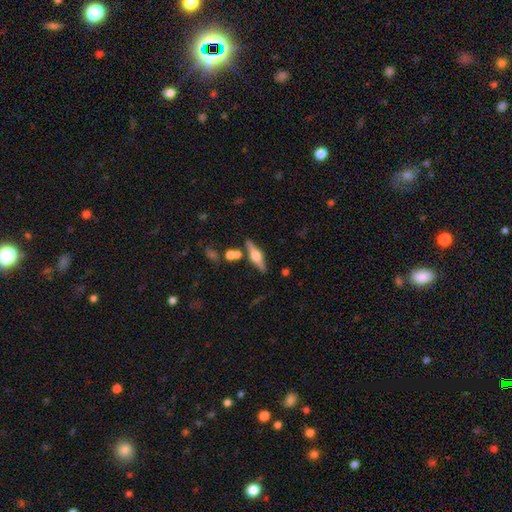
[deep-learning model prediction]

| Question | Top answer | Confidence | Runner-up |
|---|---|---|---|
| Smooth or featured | featured or disk | 71% | smooth (22%) |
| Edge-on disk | yes | 96% | no (4%) |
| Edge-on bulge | rounded | 94% | boxy (5%) |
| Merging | none | 81% | minor disturbance (9%) |